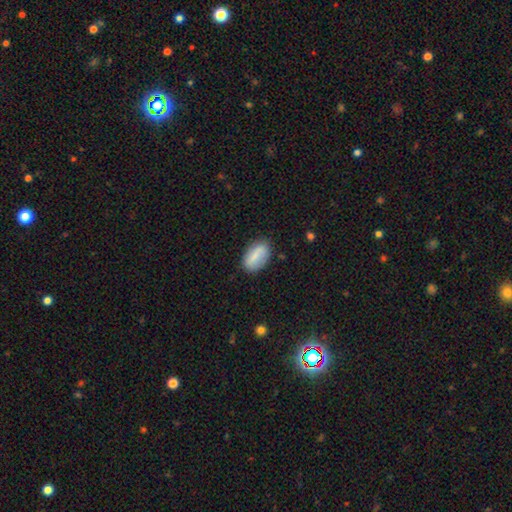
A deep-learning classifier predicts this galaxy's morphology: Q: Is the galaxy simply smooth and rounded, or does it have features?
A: smooth — 72%.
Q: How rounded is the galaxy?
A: in between — 91%.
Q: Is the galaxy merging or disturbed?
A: none — 78%.